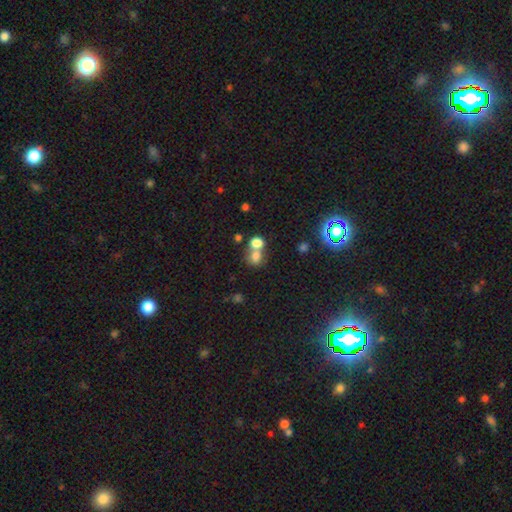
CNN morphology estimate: A smooth galaxy with no disk features (72%) that is round (66%). Merging: merger (59%).